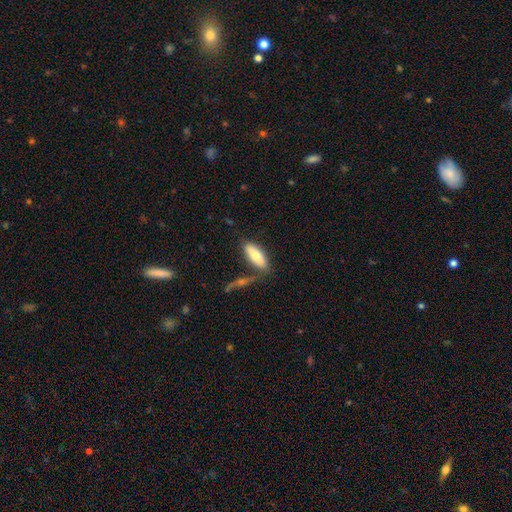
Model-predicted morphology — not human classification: type=smooth (72%); roundness=in between (72%); merging=none (68%).